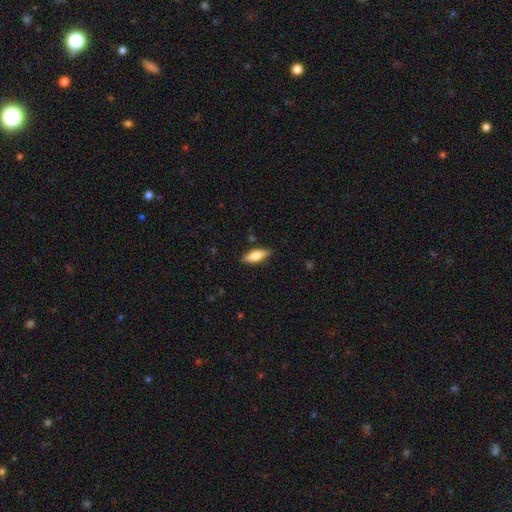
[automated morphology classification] Overall: smooth (66%; featured or disk 27%). How rounded: in between (62%; cigar-shaped 35%). Merging: none (85%).